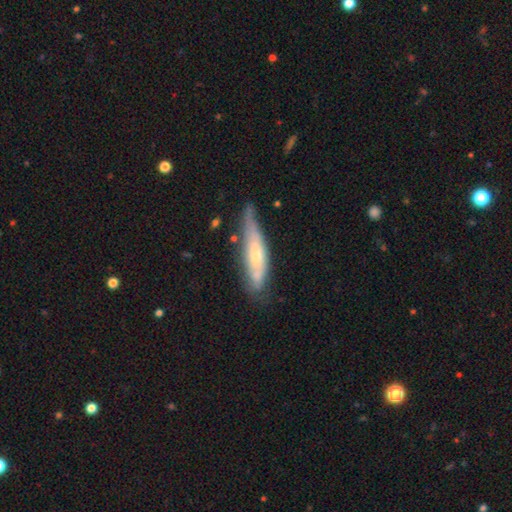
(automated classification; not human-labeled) A featured or disk galaxy (57%) viewed edge-on (50%, tied with no).

Vote fractions:
- Smooth or featured? featured or disk: 57% / smooth: 37% / star or artifact: 6%
- Edge-on disk? yes: 50% (tied) / no: 50% (tied)
- Merging? none: 54% / minor disturbance: 31% / major disturbance: 10% / merger: 6%